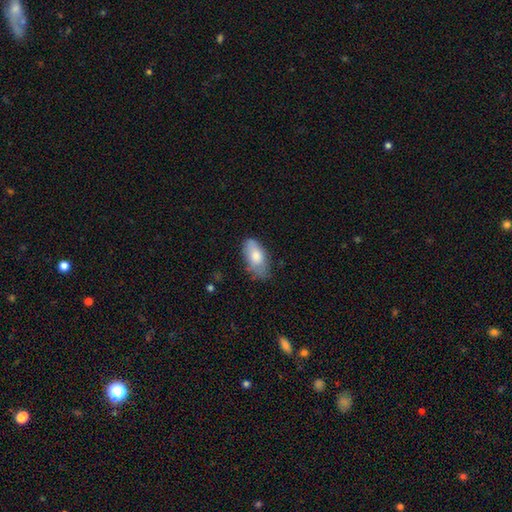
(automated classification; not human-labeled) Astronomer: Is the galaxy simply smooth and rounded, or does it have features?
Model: smooth — 75%.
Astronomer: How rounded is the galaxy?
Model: in between — 92%.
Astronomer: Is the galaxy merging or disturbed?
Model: none — 53% (runner-up: minor disturbance, 36%).